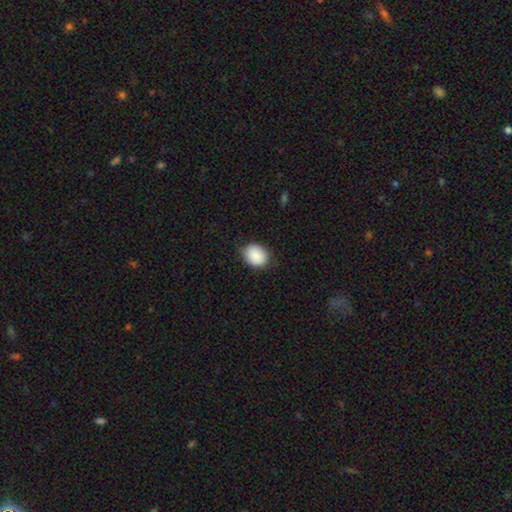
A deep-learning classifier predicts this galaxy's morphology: smooth 88%, star or artifact 7%, featured or disk 5%. Down the decision tree: how rounded — round (53%); merging — none (79%).